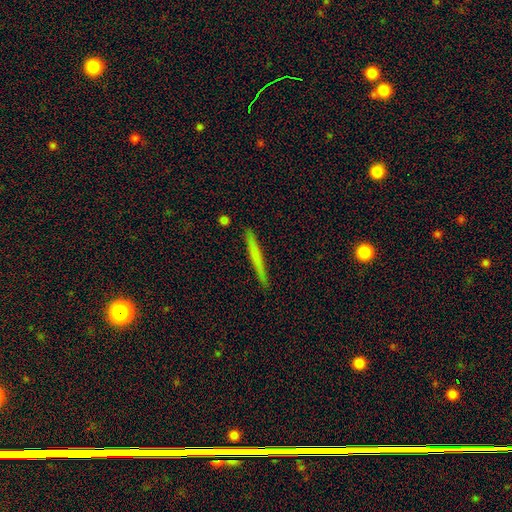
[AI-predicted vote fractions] Morphology: type=smooth (60%); roundness=cigar-shaped (97%); merging=none (90%).